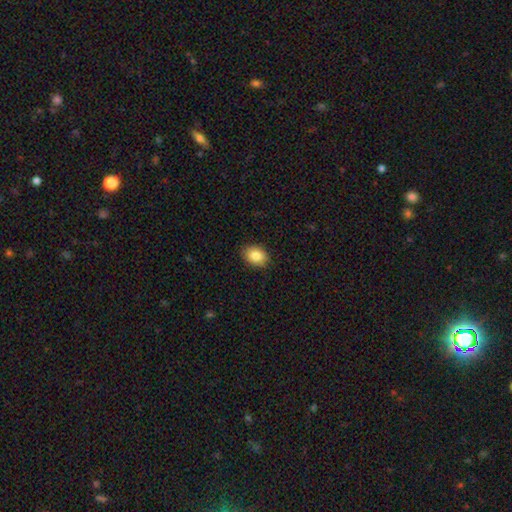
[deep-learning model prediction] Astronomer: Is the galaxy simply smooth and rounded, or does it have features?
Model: smooth — 85%.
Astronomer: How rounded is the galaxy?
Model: in between — 67%.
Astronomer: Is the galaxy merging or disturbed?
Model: none — 88%.